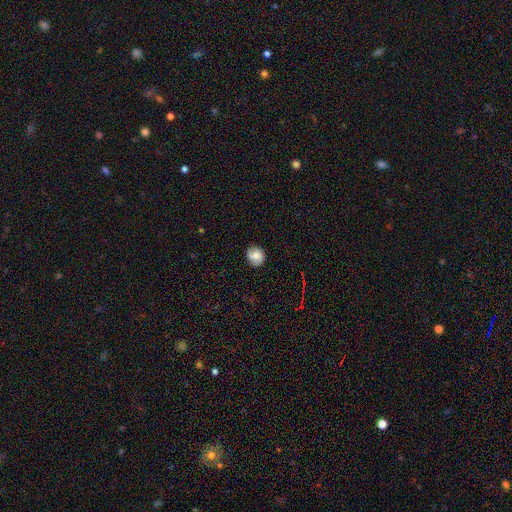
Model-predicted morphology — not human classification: Overall: smooth (63%; featured or disk 28%). How rounded: round (78%). Merging: none (79%).